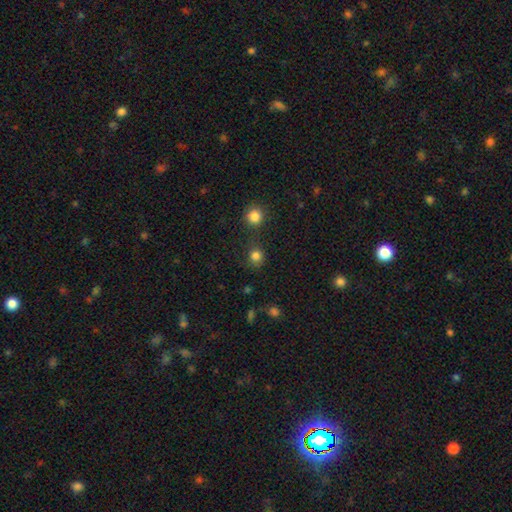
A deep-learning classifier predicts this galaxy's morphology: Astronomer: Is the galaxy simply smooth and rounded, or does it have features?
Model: smooth — 81%.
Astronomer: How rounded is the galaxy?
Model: round — 88%.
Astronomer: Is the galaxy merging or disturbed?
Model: none — 75%.